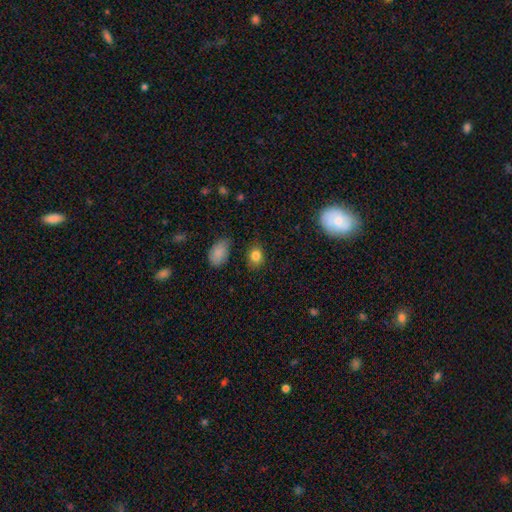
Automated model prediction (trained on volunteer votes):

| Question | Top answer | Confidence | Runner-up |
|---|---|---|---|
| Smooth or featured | smooth | 83% | star or artifact (10%) |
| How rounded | in between | 57% | round (42%) |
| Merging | none | 80% | minor disturbance (15%) |